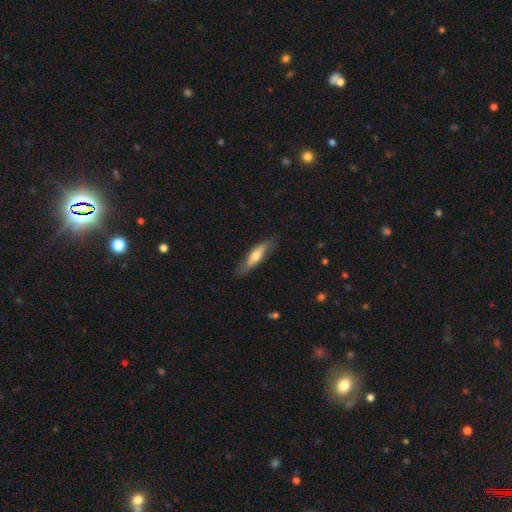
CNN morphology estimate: smooth_or_featured: smooth (p=0.54) [alt: featured or disk p=0.41]
how_rounded: cigar-shaped (p=0.62) [alt: in between p=0.36]
merging: none (p=0.78) [alt: minor disturbance p=0.16]